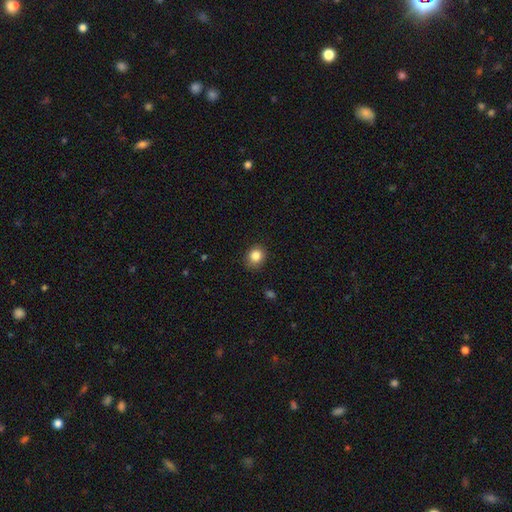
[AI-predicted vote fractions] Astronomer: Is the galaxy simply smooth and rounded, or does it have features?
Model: smooth — 85%.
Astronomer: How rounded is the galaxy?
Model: round — 74%.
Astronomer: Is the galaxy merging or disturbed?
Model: none — 85%.